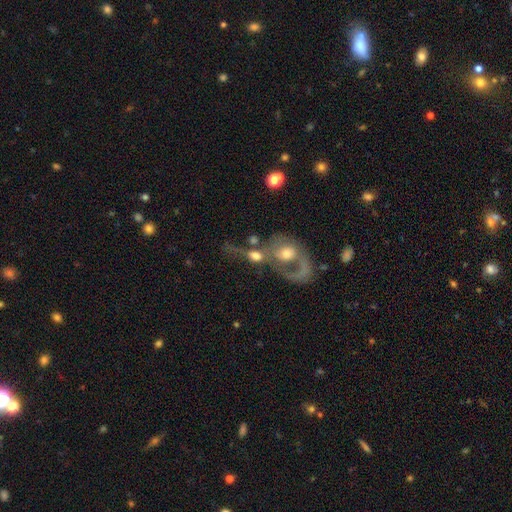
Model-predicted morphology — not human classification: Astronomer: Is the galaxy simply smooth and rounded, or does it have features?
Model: featured or disk — 49% (runner-up: smooth, 40%).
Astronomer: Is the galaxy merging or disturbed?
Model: merger — 58%.